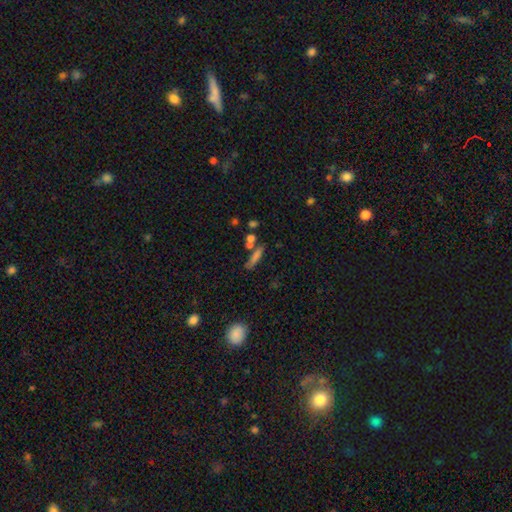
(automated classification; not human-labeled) A smooth galaxy with no disk features (56%) that is cigar-shaped (77%). Merging: none (65%).